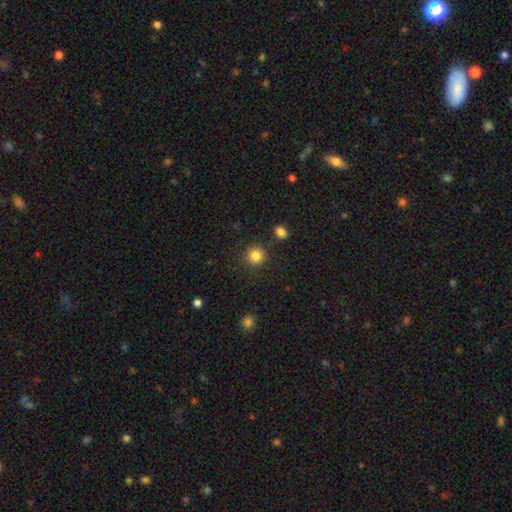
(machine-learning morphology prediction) smooth-or-featured: smooth: 84% | star or artifact: 11% | featured or disk: 4%
  how-rounded: round: 93% | in between: 6% | cigar-shaped: 1%
  merging: none: 87% | minor disturbance: 7% | merger: 3% | major disturbance: 3%